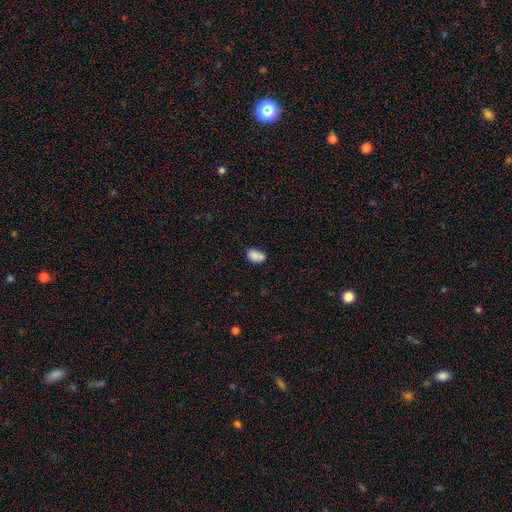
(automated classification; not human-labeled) The model was most divided on "merging": none: 58%, minor disturbance: 23%, merger: 14%, major disturbance: 6%. More confident: how rounded — in between (86%); smooth or featured — smooth (84%).